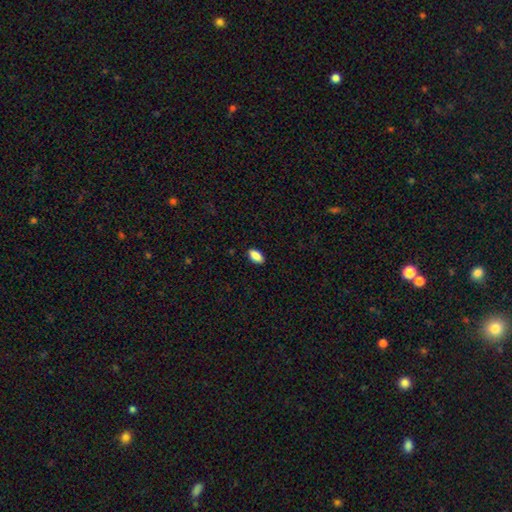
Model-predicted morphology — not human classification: This is clearly a smooth galaxy (89%). How rounded: clearly in between (92%). Merging: clearly none (89%).